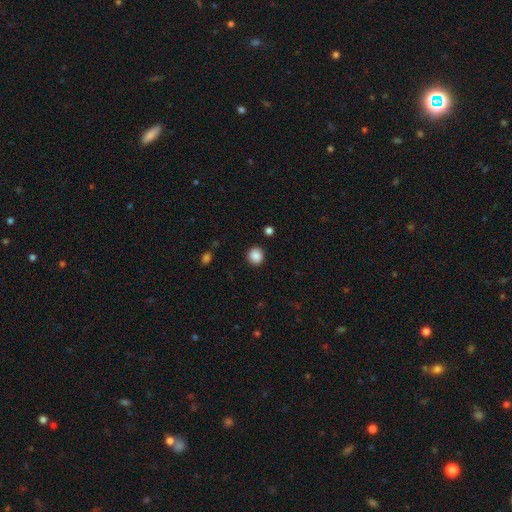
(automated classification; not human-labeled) smooth_or_featured: smooth (p=0.88) [alt: star or artifact p=0.09]
how_rounded: round (p=0.85) [alt: in between p=0.15]
merging: none (p=0.89) [alt: minor disturbance p=0.07]